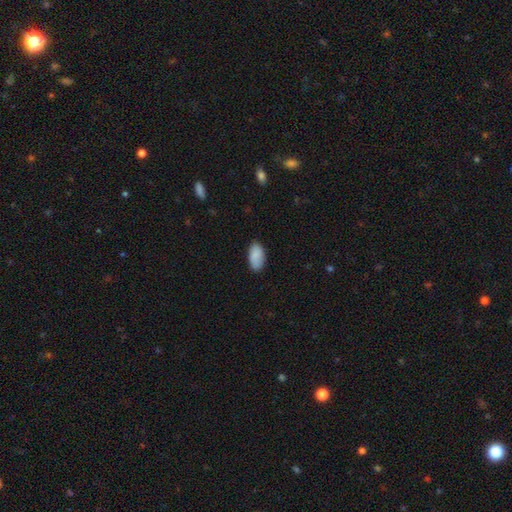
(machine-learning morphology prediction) smooth_or_featured: smooth (p=0.88) [alt: star or artifact p=0.07]
how_rounded: in between (p=0.94) [alt: round p=0.03]
merging: none (p=0.80) [alt: minor disturbance p=0.16]